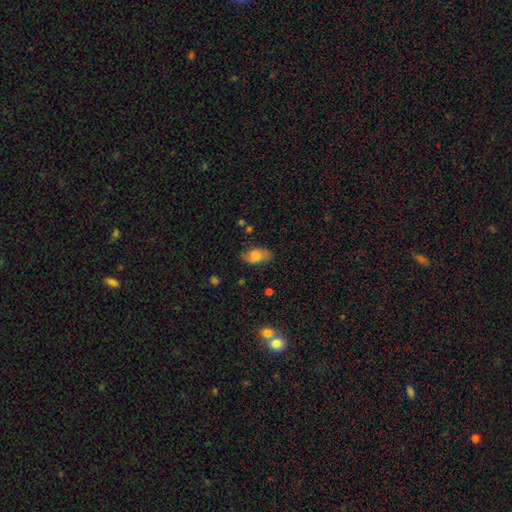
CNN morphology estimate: Q: Smooth or featured?
A: smooth (72%); runner-up: featured or disk (20%)
Q: How rounded?
A: in between (90%); runner-up: round (8%)
Q: Merging?
A: none (73%); runner-up: minor disturbance (20%)